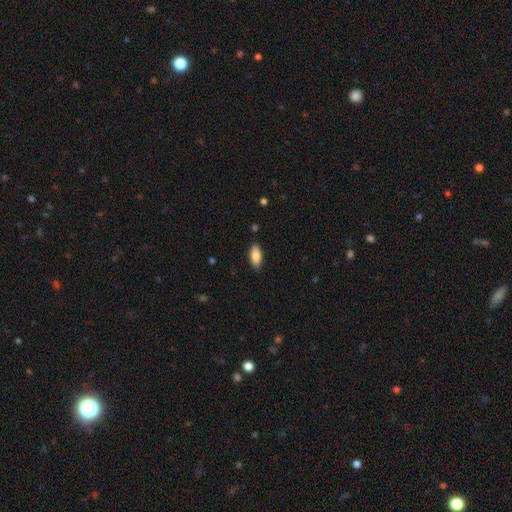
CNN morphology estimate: A smooth galaxy with no disk features (84%) that is in between round and cigar-shaped (85%).

Vote fractions:
- Smooth or featured? smooth: 84% / featured or disk: 10% / star or artifact: 7%
- How rounded? in between: 85% / cigar-shaped: 13% / round: 2%
- Merging? none: 87% / minor disturbance: 10% / major disturbance: 2% / merger: 1%